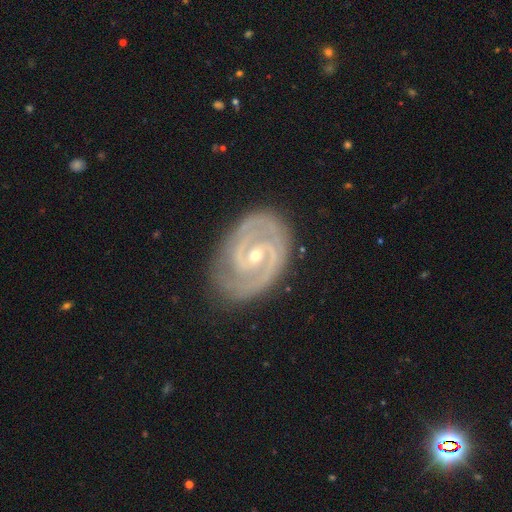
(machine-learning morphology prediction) type=featured or disk (92%); edge-on=no (97%); bar=weak (43%); spiral arms=yes (98%); winding=tight (65%); arm count=2 (82%); bulge=small (52%); merging=none (81%).